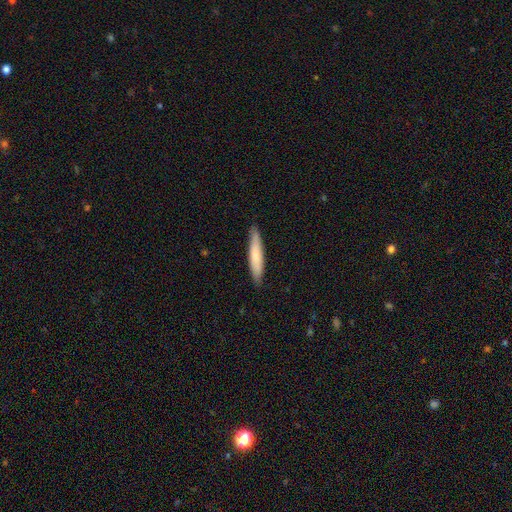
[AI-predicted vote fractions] Smooth or featured? smooth (74%)
How rounded? cigar-shaped (90%)
Merging? none (88%)